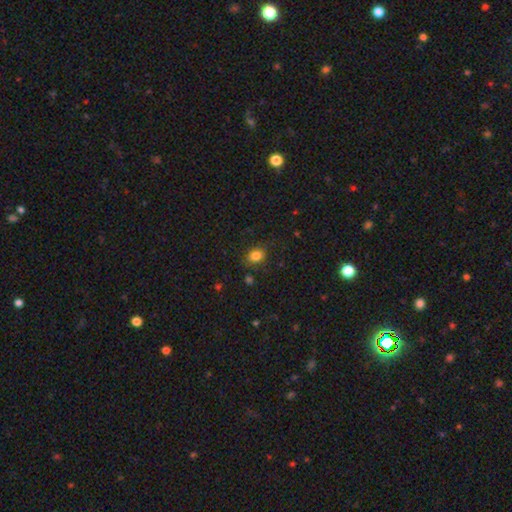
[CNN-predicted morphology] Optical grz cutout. It shows a smooth galaxy with no disk features (82%) that is in between round and cigar-shaped (58%). Merging: none (78%).